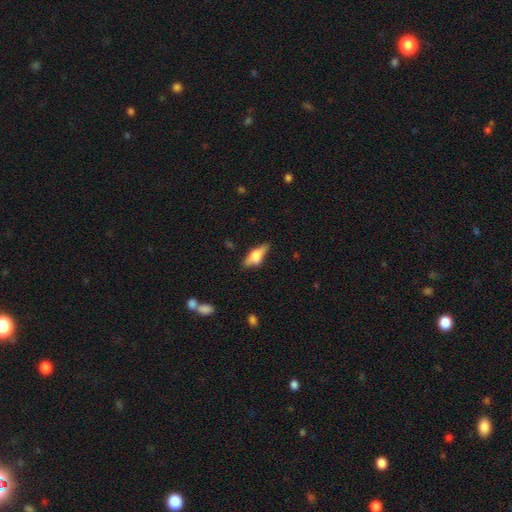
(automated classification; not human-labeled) Smooth or featured?
  - smooth: 52% *
  - featured or disk: 41%
  - star or artifact: 8%
How rounded?
  - in between: 67% *
  - cigar-shaped: 29%
  - round: 4%
Merging?
  - none: 69% *
  - minor disturbance: 22%
  - major disturbance: 6%
  - merger: 3%